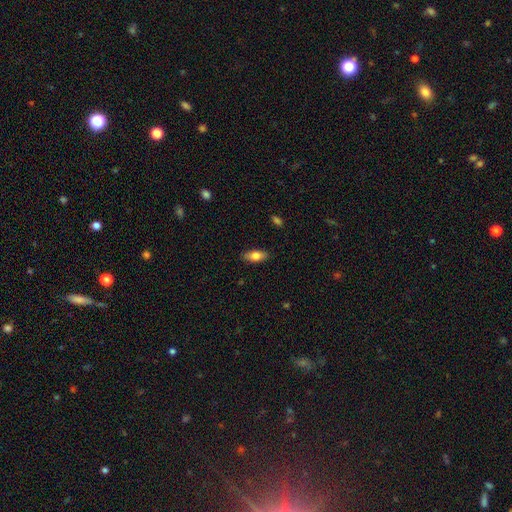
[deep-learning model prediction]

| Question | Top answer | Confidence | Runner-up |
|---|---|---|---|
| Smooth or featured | smooth | 78% | featured or disk (15%) |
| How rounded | in between | 84% | cigar-shaped (14%) |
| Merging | none | 87% | minor disturbance (10%) |